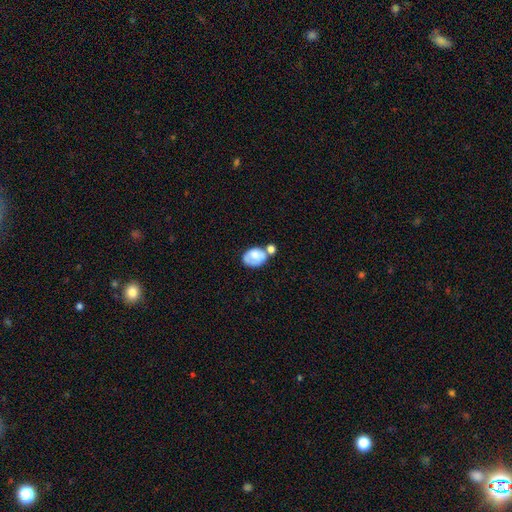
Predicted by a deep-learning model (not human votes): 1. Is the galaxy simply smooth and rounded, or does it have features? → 68% smooth, 24% featured or disk, 8% star or artifact.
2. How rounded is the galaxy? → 77% in between, 22% round, 1% cigar-shaped.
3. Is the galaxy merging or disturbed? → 39% merger, 32% none, 19% minor disturbance, 10% major disturbance.